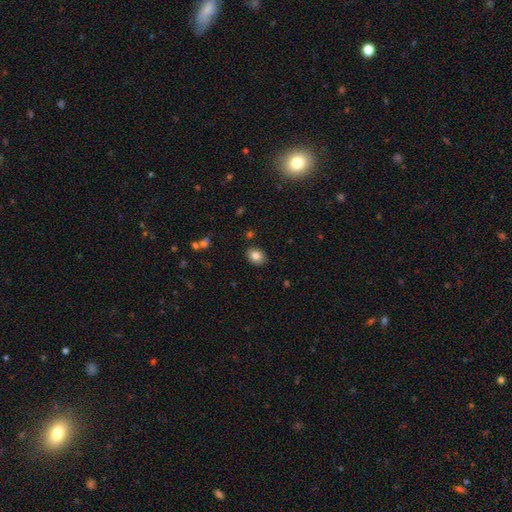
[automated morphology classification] A smooth galaxy with no disk features (82%) that is in between round and cigar-shaped (63%).

Vote fractions:
- Smooth or featured? smooth: 82% / star or artifact: 9% / featured or disk: 9%
- How rounded? in between: 63% / round: 36% / cigar-shaped: 1%
- Merging? none: 87% / minor disturbance: 9% / major disturbance: 2% / merger: 2%